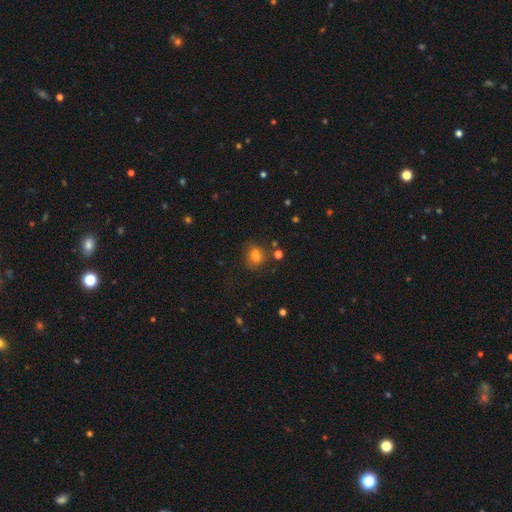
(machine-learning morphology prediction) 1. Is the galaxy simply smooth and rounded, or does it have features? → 71% smooth, 17% star or artifact, 12% featured or disk.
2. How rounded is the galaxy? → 54% round, 44% in between, 2% cigar-shaped.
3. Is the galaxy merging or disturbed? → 57% none, 19% minor disturbance, 16% merger, 8% major disturbance.